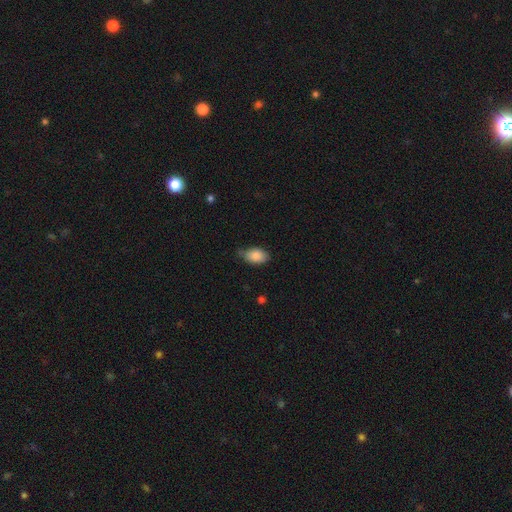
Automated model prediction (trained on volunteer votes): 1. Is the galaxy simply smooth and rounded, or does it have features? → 86% smooth, 7% star or artifact, 7% featured or disk.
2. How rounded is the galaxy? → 90% in between, 8% round, 2% cigar-shaped.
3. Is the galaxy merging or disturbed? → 61% none, 32% minor disturbance, 5% major disturbance, 2% merger.